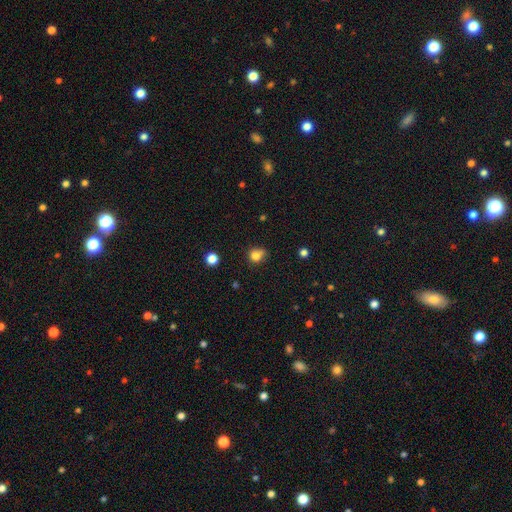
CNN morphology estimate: Smooth or featured: smooth — 80% (star or artifact — 13%)
How rounded: round — 72% (in between — 27%)
Merging: none — 52% (minor disturbance — 31%)